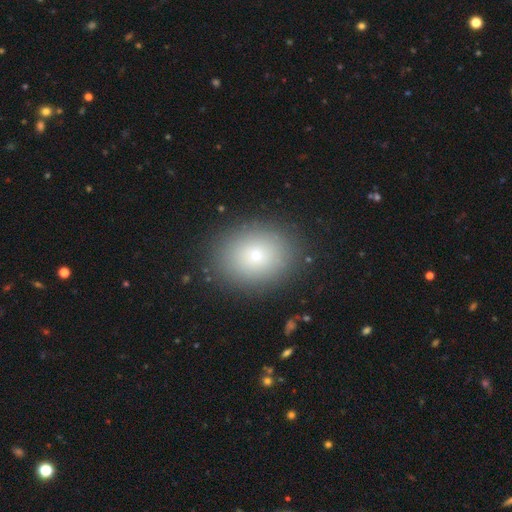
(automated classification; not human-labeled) Morphology: type=smooth (71%); roundness=round (56%); merging=none (87%).